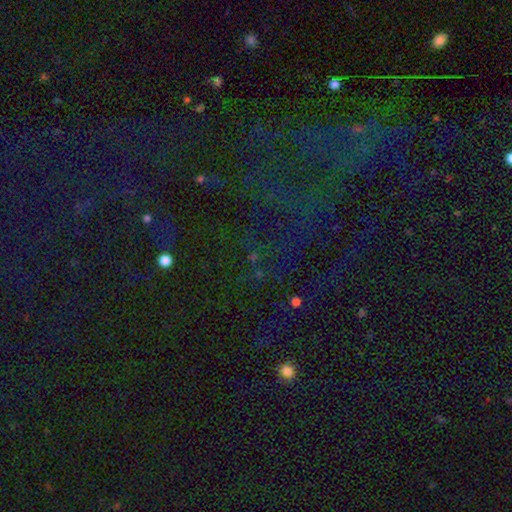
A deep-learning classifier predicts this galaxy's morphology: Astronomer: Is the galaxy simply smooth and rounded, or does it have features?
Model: star or artifact — 75%.